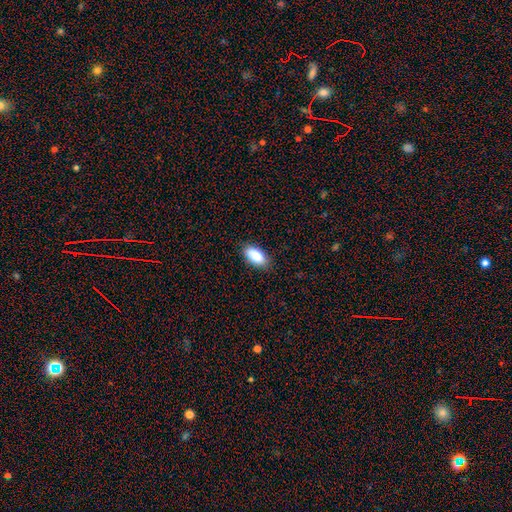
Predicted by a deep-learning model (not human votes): This appears to be a smooth galaxy with no disk features (86%) that is in between round and cigar-shaped (90%). Merging: none (85%).